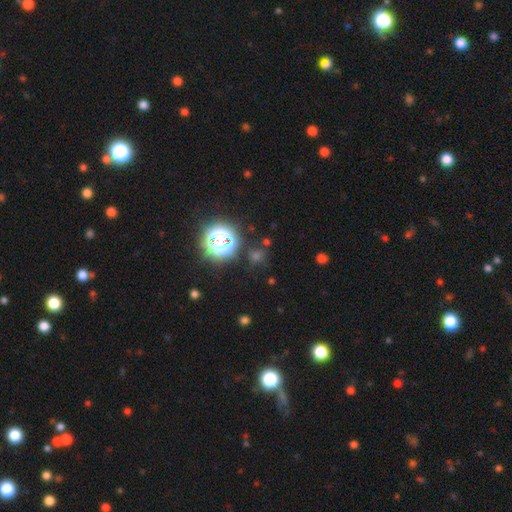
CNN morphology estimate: star or artifact 55%, smooth 37%, featured or disk 9%.